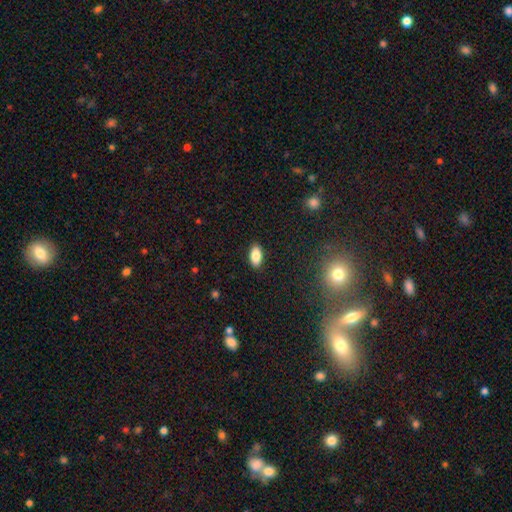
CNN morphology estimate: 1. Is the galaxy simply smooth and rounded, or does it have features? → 86% smooth, 8% star or artifact, 6% featured or disk.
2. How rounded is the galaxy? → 91% in between, 6% cigar-shaped, 3% round.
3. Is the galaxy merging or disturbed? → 89% none, 8% minor disturbance, 2% major disturbance, 1% merger.